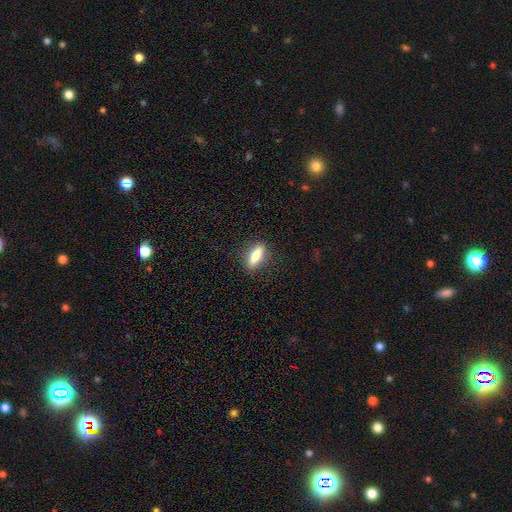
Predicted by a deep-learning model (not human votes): Smooth or featured: smooth — 66% (featured or disk — 27%)
How rounded: cigar-shaped — 52% (in between — 44%)
Merging: none — 85% (minor disturbance — 10%)